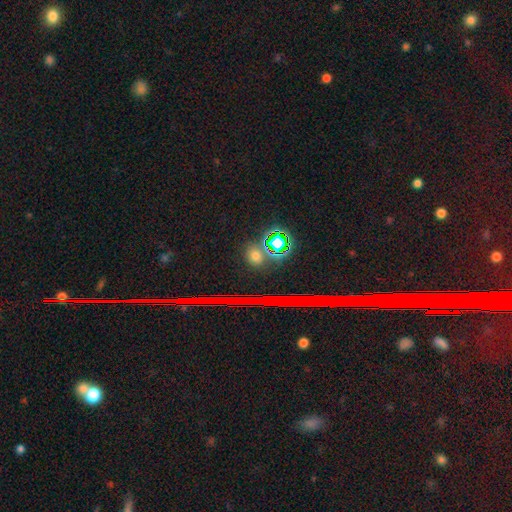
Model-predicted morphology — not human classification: The model was most divided on "smooth or featured": smooth: 51%, star or artifact: 41%, featured or disk: 7%. More confident: merging — none (83%); how rounded — round (69%).